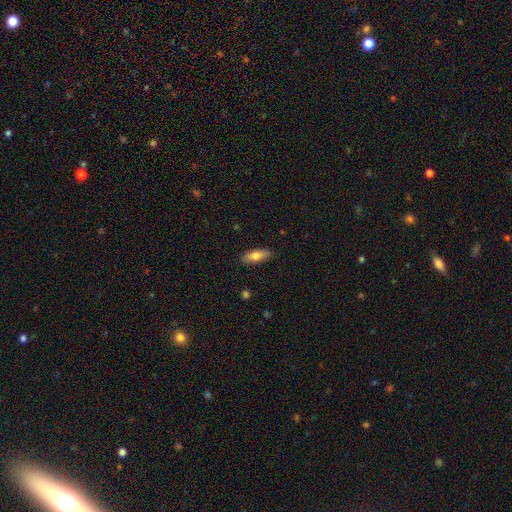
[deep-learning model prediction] Morphology: type=smooth (72%); roundness=in between (62%); merging=none (87%).